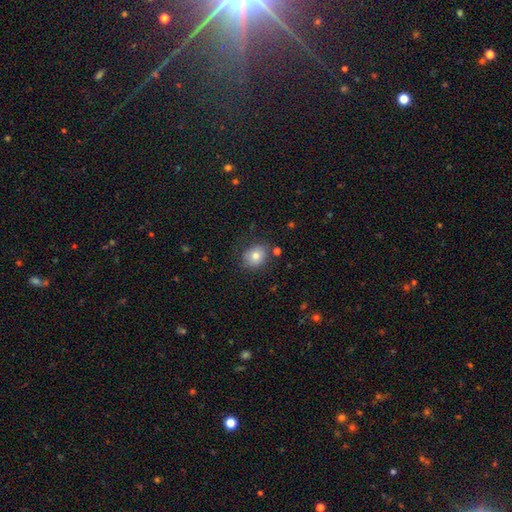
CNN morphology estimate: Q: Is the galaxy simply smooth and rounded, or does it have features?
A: smooth — 78%.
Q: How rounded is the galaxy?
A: round — 55%.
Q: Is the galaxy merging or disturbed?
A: none — 77%.